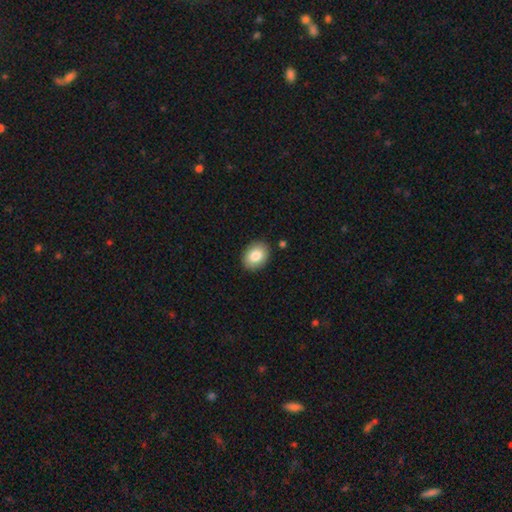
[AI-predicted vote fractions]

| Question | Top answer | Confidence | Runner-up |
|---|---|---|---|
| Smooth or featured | smooth | 84% | featured or disk (9%) |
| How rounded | in between | 68% | round (31%) |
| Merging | none | 88% | minor disturbance (8%) |